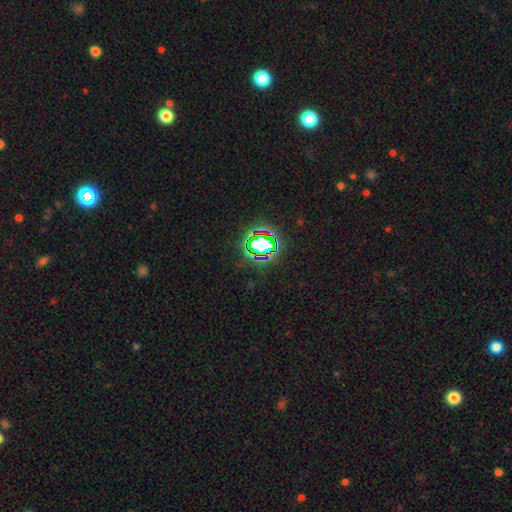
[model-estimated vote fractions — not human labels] Q: Smooth or featured?
A: star or artifact (76%); runner-up: smooth (16%)